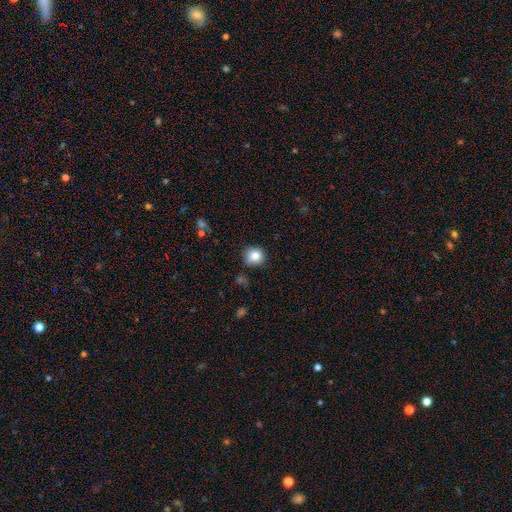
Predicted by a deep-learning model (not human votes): Smooth or featured? Predicted: smooth (p=0.82). How rounded? Predicted: round (p=0.87). Merging? Predicted: none (p=0.75).